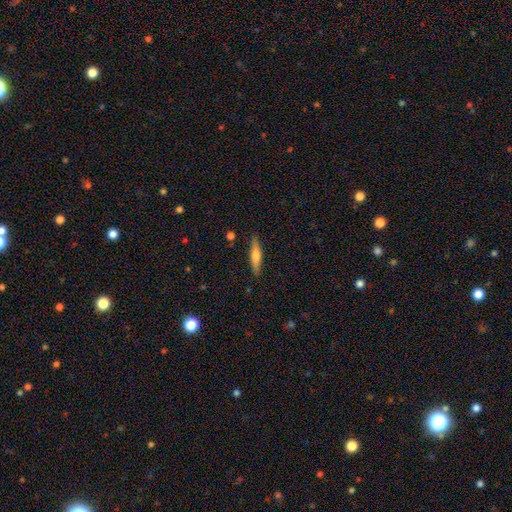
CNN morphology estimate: The model was most divided on "smooth or featured": smooth: 58%, featured or disk: 35%, star or artifact: 6%. More confident: merging — none (87%); how rounded — cigar-shaped (80%).